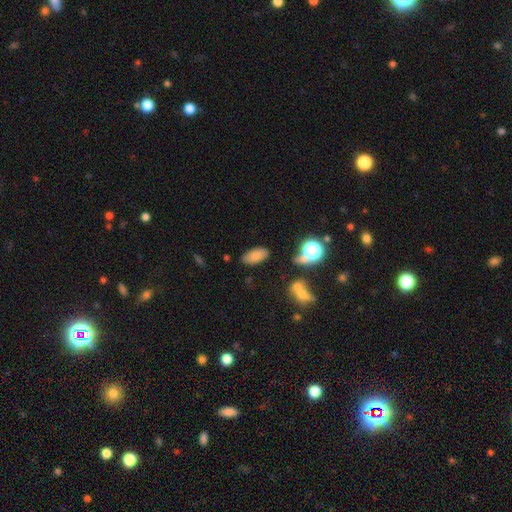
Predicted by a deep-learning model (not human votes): smooth_or_featured: smooth (p=0.79) [alt: star or artifact p=0.13]
how_rounded: in between (p=0.91) [alt: cigar-shaped p=0.05]
merging: none (p=0.81) [alt: minor disturbance p=0.12]